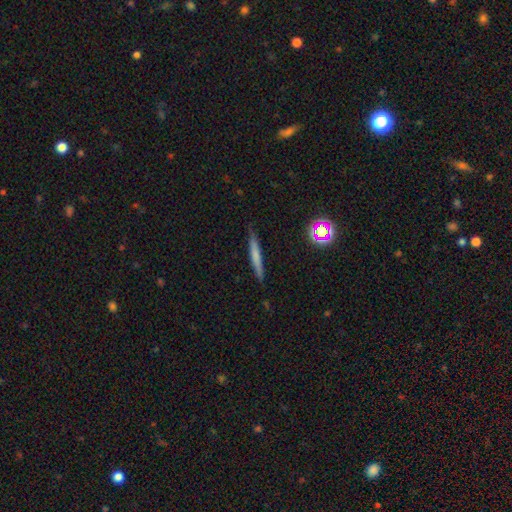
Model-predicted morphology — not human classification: Smooth or featured?
  - smooth: 62% *
  - featured or disk: 29%
  - star or artifact: 9%
How rounded?
  - cigar-shaped: 94% *
  - in between: 4%
  - round: 2%
Merging?
  - none: 86% *
  - minor disturbance: 10%
  - major disturbance: 2%
  - merger: 1%